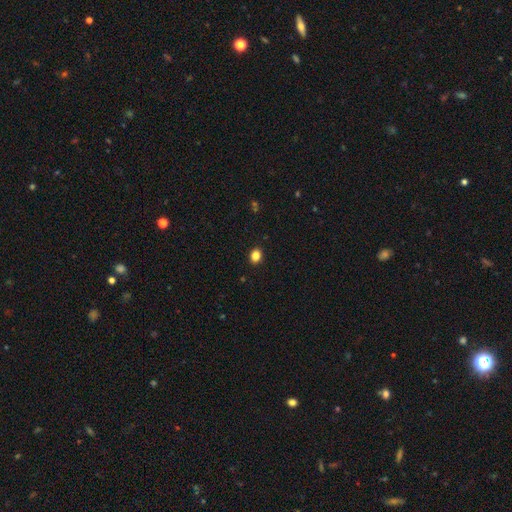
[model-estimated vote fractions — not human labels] This appears to be a smooth galaxy with no disk features (85%) that is round (53%). Merging: none (91%).